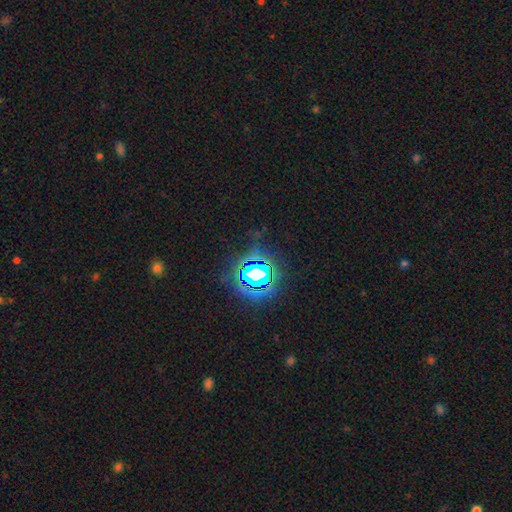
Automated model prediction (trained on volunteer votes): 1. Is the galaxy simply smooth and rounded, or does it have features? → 79% star or artifact, 13% smooth, 8% featured or disk.